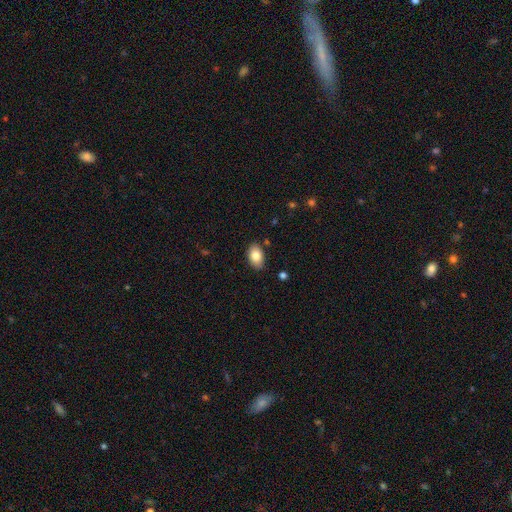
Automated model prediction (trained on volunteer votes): Overall: smooth (83%). How rounded: in between (90%). Merging: none (86%).